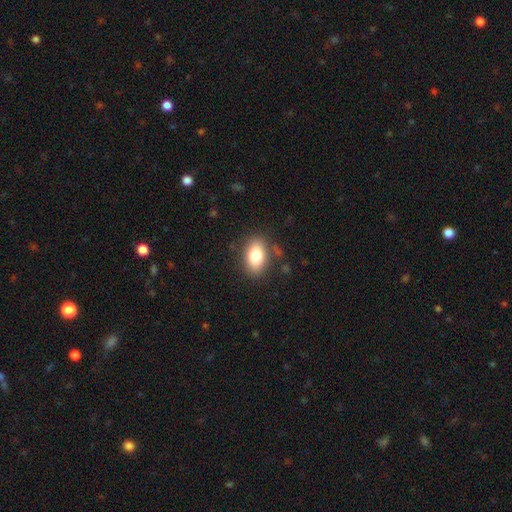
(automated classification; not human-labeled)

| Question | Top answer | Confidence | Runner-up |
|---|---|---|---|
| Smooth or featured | smooth | 79% | featured or disk (12%) |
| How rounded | in between | 86% | round (11%) |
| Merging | none | 83% | minor disturbance (11%) |